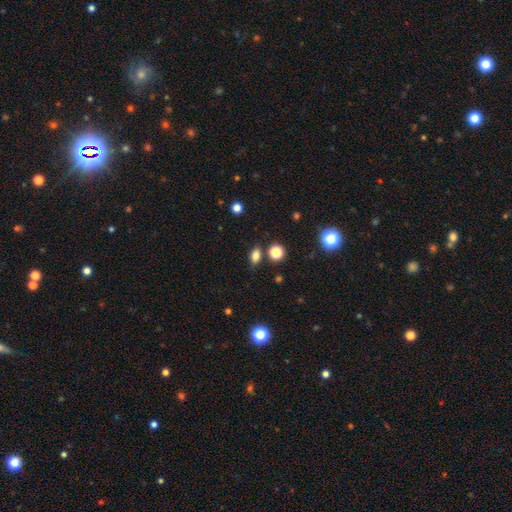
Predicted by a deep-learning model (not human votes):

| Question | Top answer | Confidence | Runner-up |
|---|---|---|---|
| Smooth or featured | smooth | 80% | star or artifact (14%) |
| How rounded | in between | 78% | round (18%) |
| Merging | none | 80% | minor disturbance (10%) |